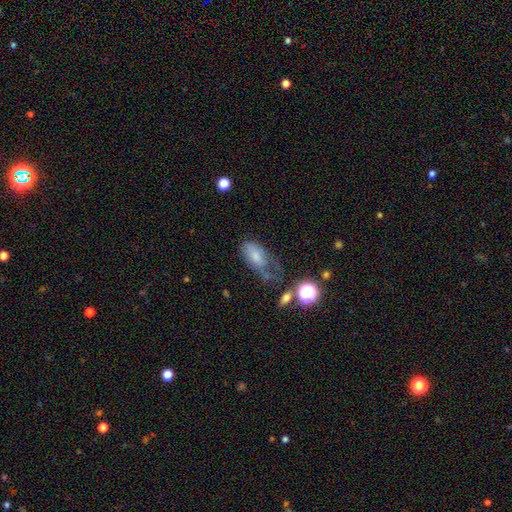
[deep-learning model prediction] A smooth galaxy with no disk features (67%) that is in between round and cigar-shaped (88%). Merging: major disturbance (33%).